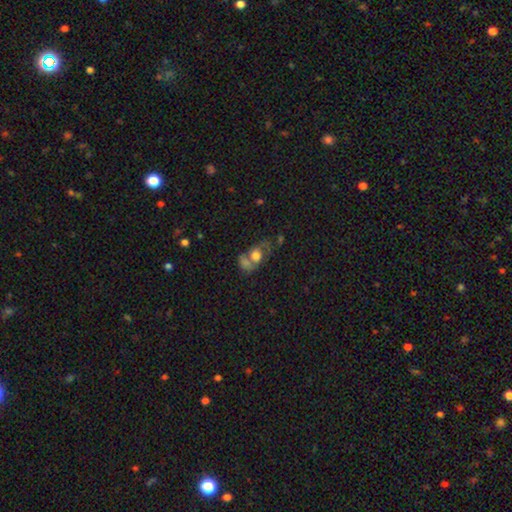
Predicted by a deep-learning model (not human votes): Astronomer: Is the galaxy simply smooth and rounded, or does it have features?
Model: smooth — 54% (runner-up: featured or disk, 34%).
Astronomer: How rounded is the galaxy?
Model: in between — 62%.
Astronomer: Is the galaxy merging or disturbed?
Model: merger — 48% (runner-up: none, 24%).